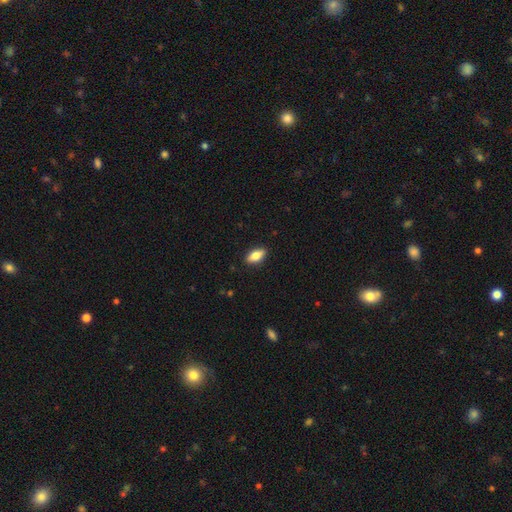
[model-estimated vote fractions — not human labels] Smooth or featured? Predicted: smooth (p=0.79). How rounded? Predicted: in between (p=0.86). Merging? Predicted: none (p=0.89).